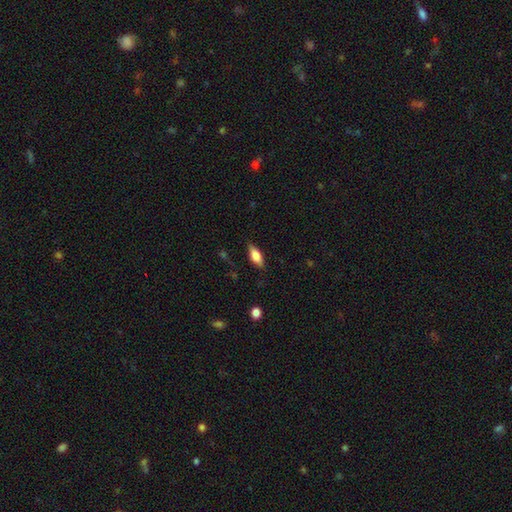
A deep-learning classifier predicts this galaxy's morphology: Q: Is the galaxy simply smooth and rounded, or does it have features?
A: smooth — 65%.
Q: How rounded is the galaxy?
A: in between — 74%.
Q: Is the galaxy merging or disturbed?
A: none — 82%.